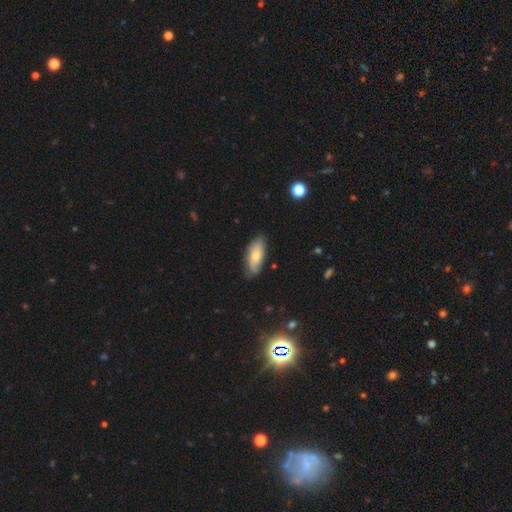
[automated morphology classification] Smooth or featured?
  - smooth: 66% *
  - featured or disk: 28%
  - star or artifact: 6%
How rounded?
  - in between: 82% *
  - cigar-shaped: 16%
  - round: 2%
Merging?
  - none: 78% *
  - minor disturbance: 17%
  - major disturbance: 3%
  - merger: 1%